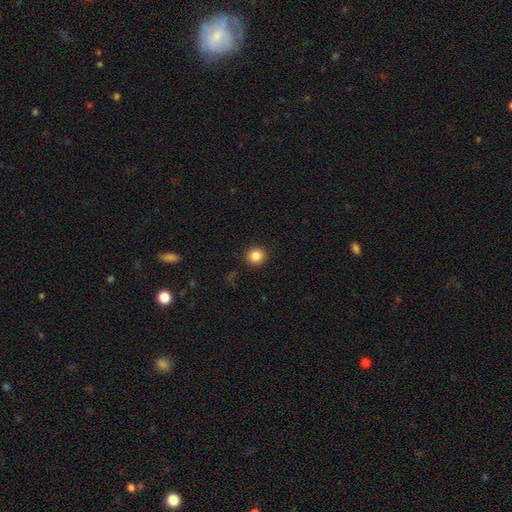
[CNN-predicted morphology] smooth 85%, star or artifact 11%, featured or disk 4%. Down the decision tree: how rounded — round (91%); merging — none (91%).